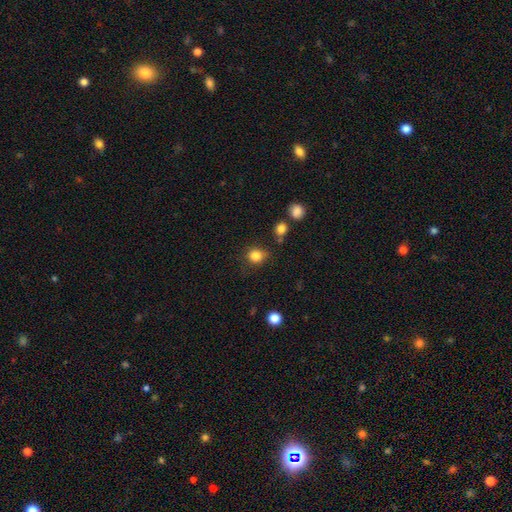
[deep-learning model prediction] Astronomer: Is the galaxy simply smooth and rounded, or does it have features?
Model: smooth — 84%.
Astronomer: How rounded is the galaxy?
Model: round — 81%.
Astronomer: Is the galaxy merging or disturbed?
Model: none — 78%.